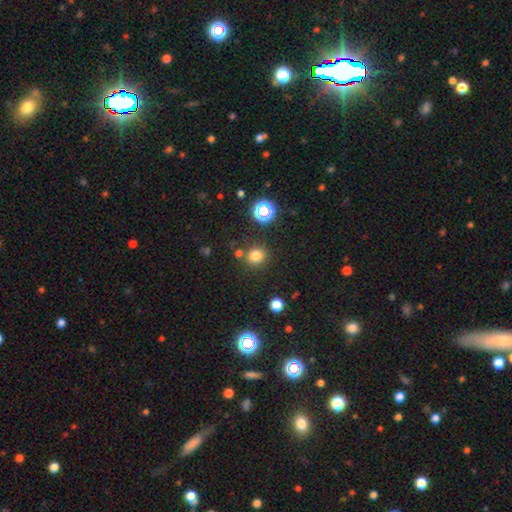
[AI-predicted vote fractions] Smooth or featured?
  - smooth: 74% *
  - star or artifact: 20%
  - featured or disk: 6%
How rounded?
  - round: 88% *
  - in between: 11%
  - cigar-shaped: 1%
Merging?
  - none: 80% *
  - minor disturbance: 9%
  - merger: 7%
  - major disturbance: 4%